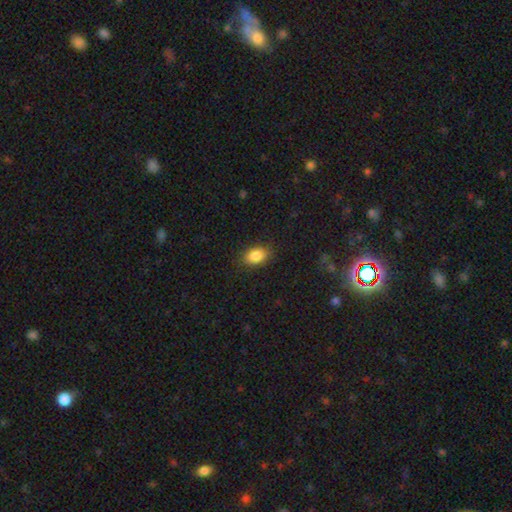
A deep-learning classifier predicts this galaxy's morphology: smooth 87%, star or artifact 8%, featured or disk 5%. Down the decision tree: how rounded — in between (80%); merging — none (84%).